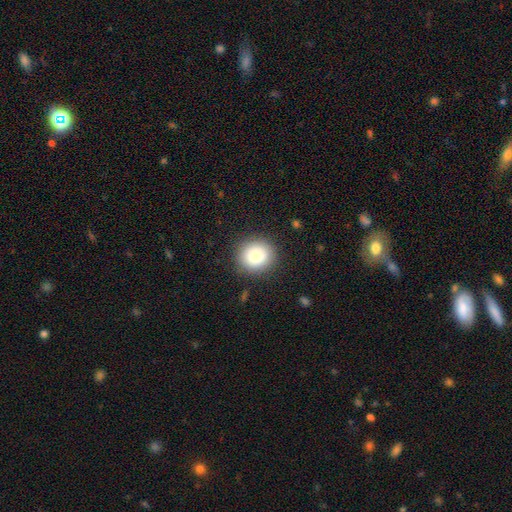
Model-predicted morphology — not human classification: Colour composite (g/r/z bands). It shows a smooth galaxy with no disk features (79%) that is round (82%). Merging: none (87%).